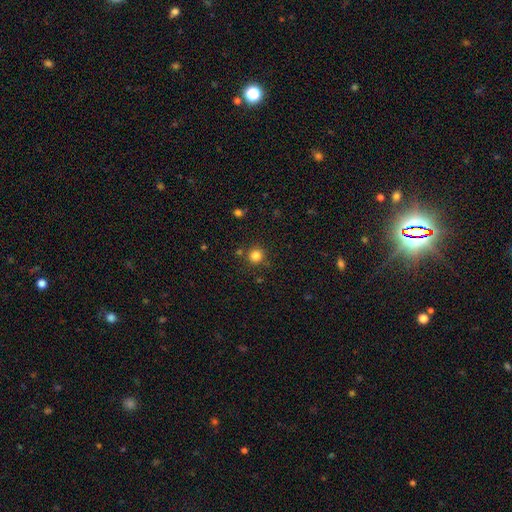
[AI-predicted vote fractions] Smooth or featured? Predicted: smooth (p=0.82). How rounded? Predicted: round (p=0.94). Merging? Predicted: none (p=0.84).